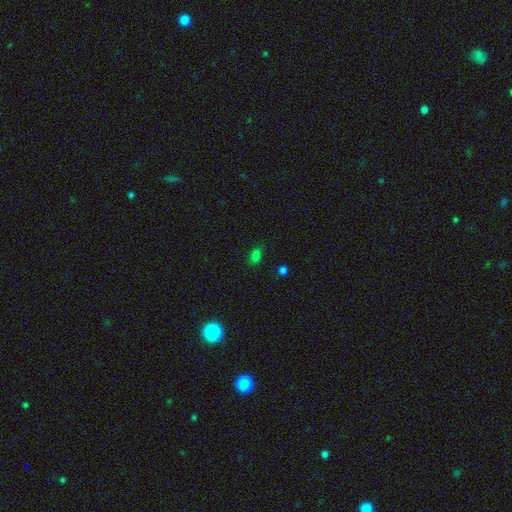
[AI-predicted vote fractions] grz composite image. It shows a smooth galaxy with no disk features (70%) that is in between round and cigar-shaped (80%). Merging: none (67%).